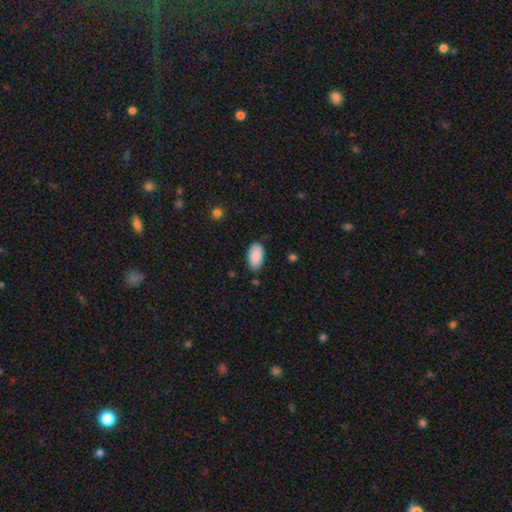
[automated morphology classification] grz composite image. It shows a smooth galaxy with no disk features (90%) that is in between round and cigar-shaped (95%). Merging: none (83%).